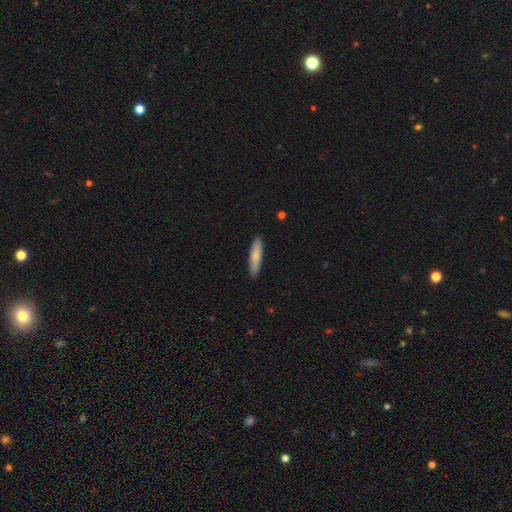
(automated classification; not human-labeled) Morphology: type=smooth (75%); roundness=cigar-shaped (82%); merging=none (90%).